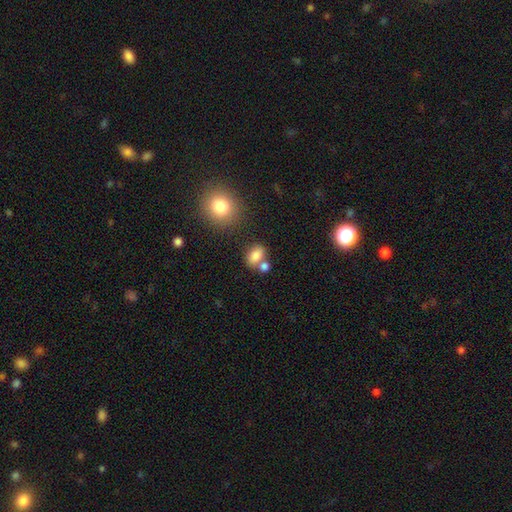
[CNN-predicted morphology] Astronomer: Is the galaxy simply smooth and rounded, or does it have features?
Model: smooth — 82%.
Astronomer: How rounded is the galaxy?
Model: in between — 77%.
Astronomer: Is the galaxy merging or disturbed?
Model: none — 53% (runner-up: merger, 30%).